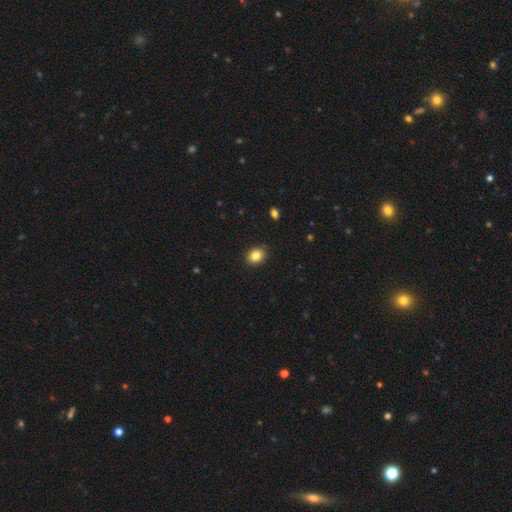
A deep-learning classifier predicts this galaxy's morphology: This is clearly a smooth galaxy (84%). How rounded: possibly round (50%). Merging: clearly none (90%).